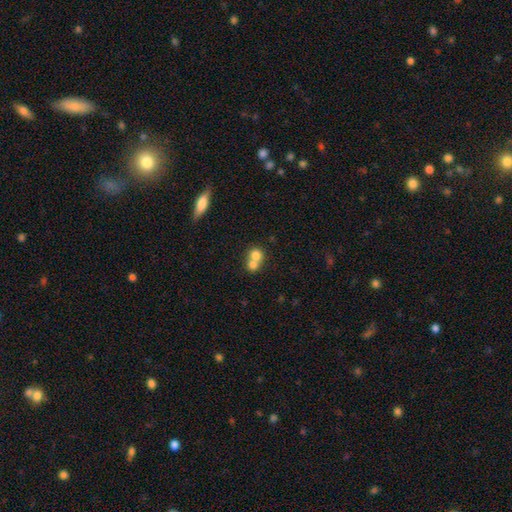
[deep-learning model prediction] Smooth or featured: smooth — 74% (featured or disk — 16%)
How rounded: round — 79% (in between — 20%)
Merging: merger — 65% (none — 28%)